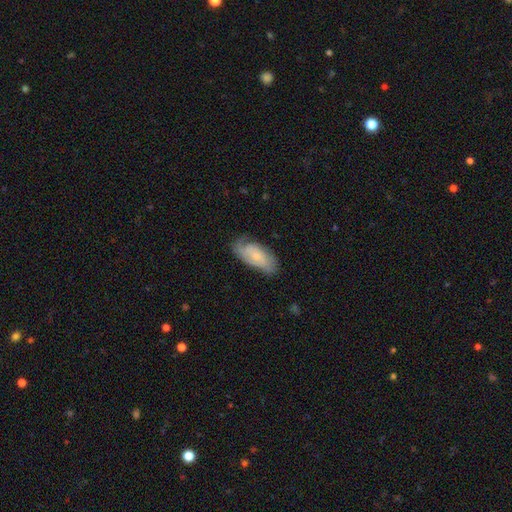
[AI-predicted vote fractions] Q: Smooth or featured?
A: featured or disk (50%); runner-up: smooth (43%)
Q: Edge-on disk?
A: no (91%); runner-up: yes (9%)
Q: Merging?
A: none (62%); runner-up: minor disturbance (27%)